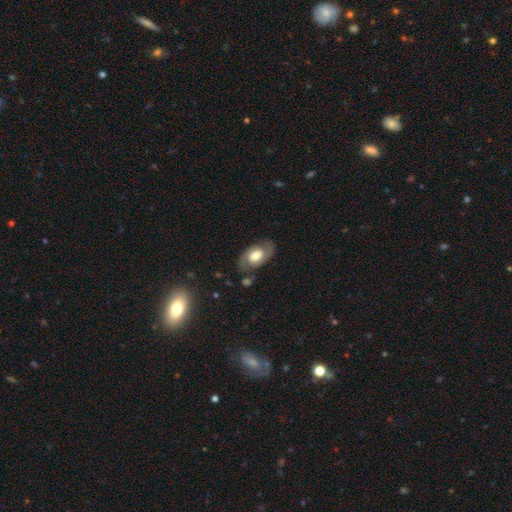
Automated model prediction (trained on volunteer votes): The model was most divided on "smooth or featured": featured or disk: 53%, smooth: 41%, star or artifact: 6%. More confident: edge-on disk — no (94%); merging — none (71%).